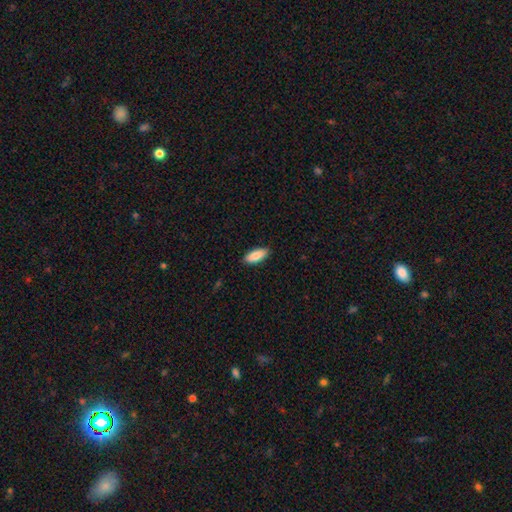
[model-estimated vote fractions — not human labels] Q: Smooth or featured?
A: smooth (88%); runner-up: featured or disk (7%)
Q: How rounded?
A: in between (79%); runner-up: cigar-shaped (20%)
Q: Merging?
A: none (89%); runner-up: minor disturbance (8%)